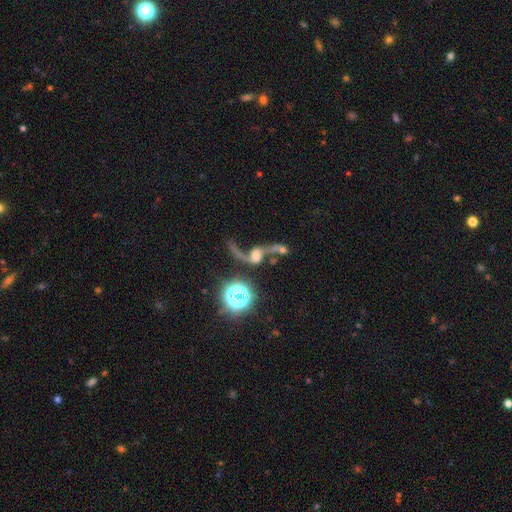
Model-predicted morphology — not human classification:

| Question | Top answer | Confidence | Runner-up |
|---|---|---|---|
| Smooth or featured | featured or disk | 73% | star or artifact (15%) |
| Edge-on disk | no | 93% | yes (7%) |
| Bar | no | 61% | weak (27%) |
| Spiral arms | yes | 88% | no (12%) |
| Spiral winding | loose | 94% | medium (5%) |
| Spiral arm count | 2 | 86% | 1 (10%) |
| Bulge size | moderate | 34% | small (24%) |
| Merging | none | 37% | merger (31%) |